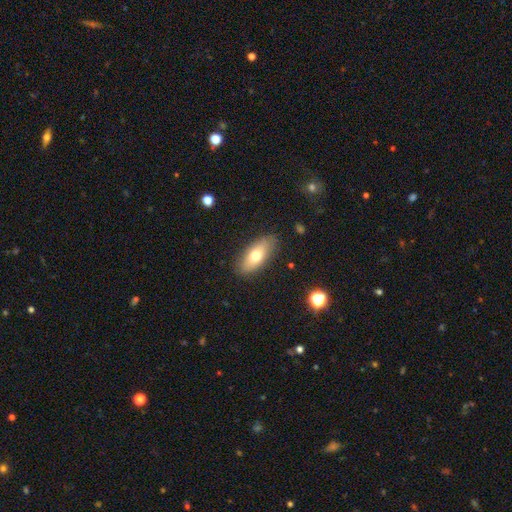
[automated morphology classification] The model was most divided on "smooth or featured": smooth: 67%, featured or disk: 26%, star or artifact: 7%. More confident: merging — none (86%); how rounded — in between (79%).